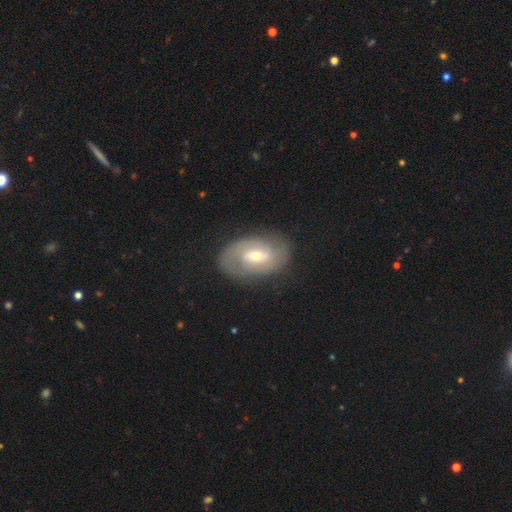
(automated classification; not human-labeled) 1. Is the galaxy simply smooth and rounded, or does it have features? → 71% featured or disk, 23% smooth, 6% star or artifact.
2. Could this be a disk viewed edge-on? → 95% no, 5% yes.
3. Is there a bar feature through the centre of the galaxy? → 55% weak, 27% no, 18% strong.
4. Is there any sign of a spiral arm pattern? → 83% yes, 17% no.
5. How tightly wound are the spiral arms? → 51% tight, 36% medium, 13% loose.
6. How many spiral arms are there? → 67% 2, 21% can't tell, 5% 1, 4% 3, 2% 4, 2% more than 4.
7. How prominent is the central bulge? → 61% moderate, 24% small, 11% large, 2% none, 1% dominant.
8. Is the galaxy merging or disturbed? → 78% none, 15% minor disturbance, 5% major disturbance, 1% merger.